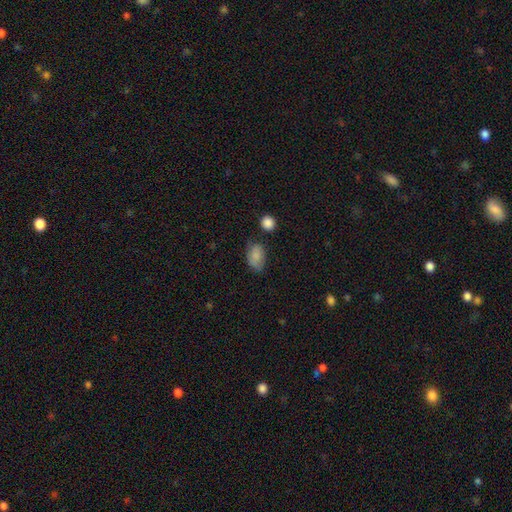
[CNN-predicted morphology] Overall: smooth (82%). How rounded: in between (88%). Merging: none (64%; minor disturbance 25%).